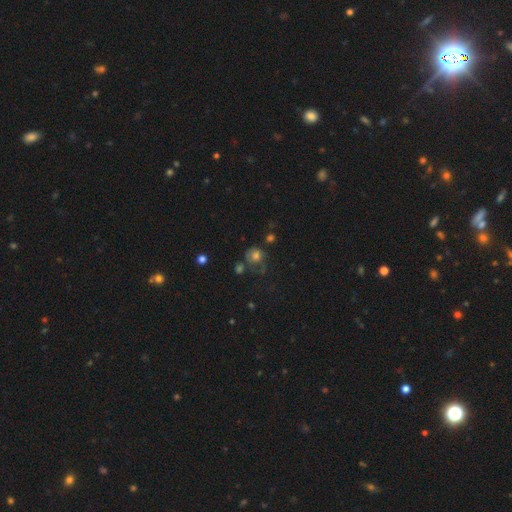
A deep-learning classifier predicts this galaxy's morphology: Q: Smooth or featured?
A: smooth (53%); runner-up: featured or disk (32%)
Q: How rounded?
A: round (76%); runner-up: in between (23%)
Q: Merging?
A: none (43%); runner-up: major disturbance (24%)